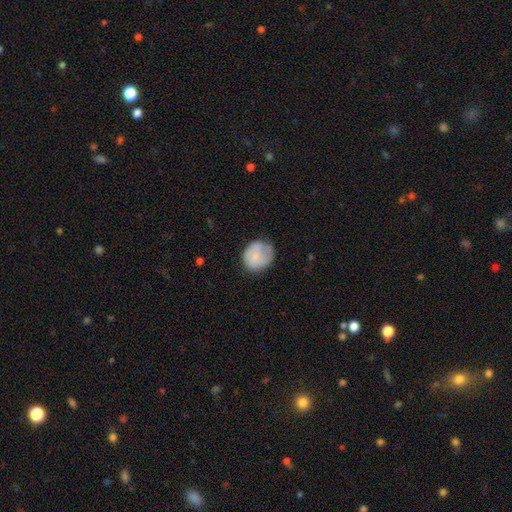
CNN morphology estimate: smooth_or_featured: smooth (p=0.74) [alt: featured or disk p=0.19]
how_rounded: round (p=0.73) [alt: in between p=0.26]
merging: none (p=0.55) [alt: minor disturbance p=0.30]